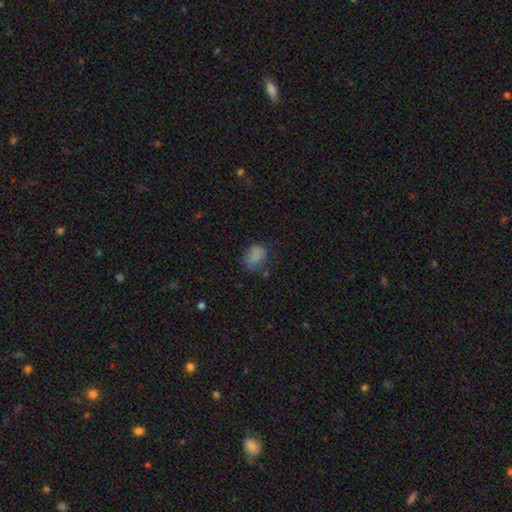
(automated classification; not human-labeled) Overall: smooth (80%). How rounded: in between (68%; round 30%). Merging: none (61%; minor disturbance 25%).